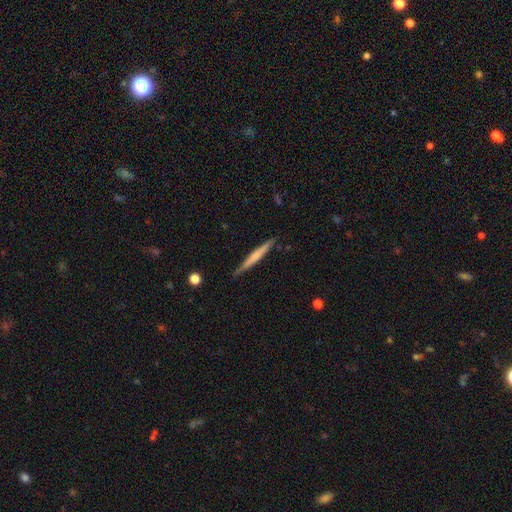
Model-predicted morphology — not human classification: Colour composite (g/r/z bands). It shows a smooth galaxy with no disk features (50%) that is cigar-shaped (96%). Merging: none (87%).